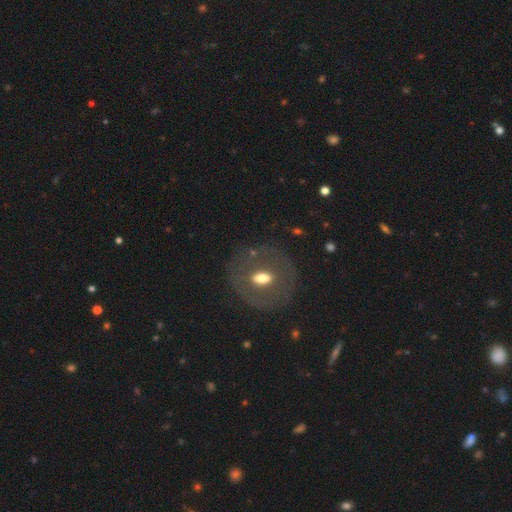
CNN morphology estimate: A featured or disk galaxy (49%).

Vote fractions:
- Smooth or featured? featured or disk: 49% / smooth: 37% / star or artifact: 14%
- Merging? none: 84% / minor disturbance: 9% / major disturbance: 5% / merger: 2%